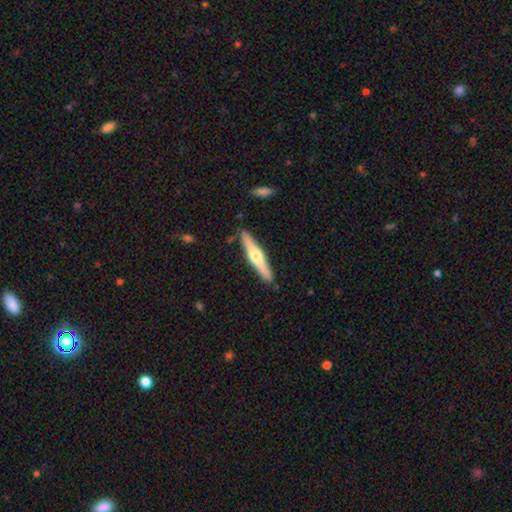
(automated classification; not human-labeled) The model was most divided on "smooth or featured": featured or disk: 64%, smooth: 31%, star or artifact: 5%. More confident: edge-on disk — yes (97%); edge-on bulge — rounded (93%); merging — none (89%).